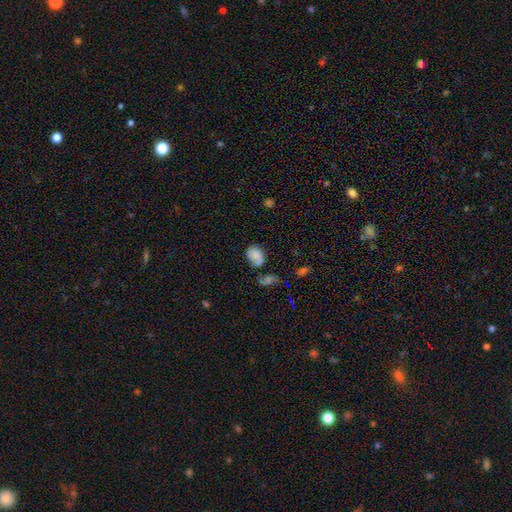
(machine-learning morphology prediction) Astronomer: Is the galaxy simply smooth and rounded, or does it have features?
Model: smooth — 72%.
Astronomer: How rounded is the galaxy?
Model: in between — 66%.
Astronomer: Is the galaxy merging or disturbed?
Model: none — 46% (runner-up: minor disturbance, 27%).